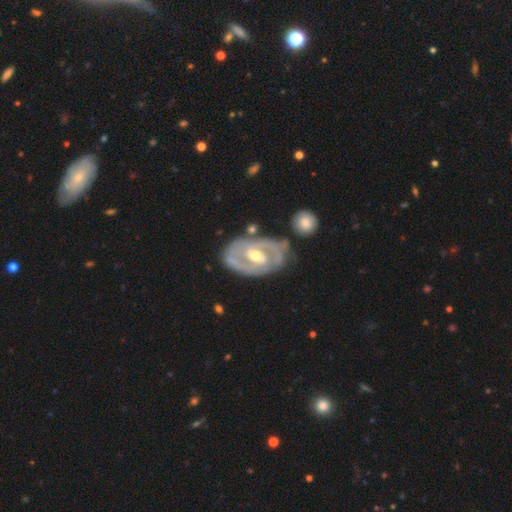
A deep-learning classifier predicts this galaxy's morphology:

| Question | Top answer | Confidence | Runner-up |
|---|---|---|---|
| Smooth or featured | featured or disk | 85% | smooth (11%) |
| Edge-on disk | no | 96% | yes (4%) |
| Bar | weak | 45% | strong (31%) |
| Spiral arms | yes | 84% | no (16%) |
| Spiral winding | tight | 50% | medium (39%) |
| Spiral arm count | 2 | 73% | can't tell (14%) |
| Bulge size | moderate | 70% | small (23%) |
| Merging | none | 68% | minor disturbance (20%) |